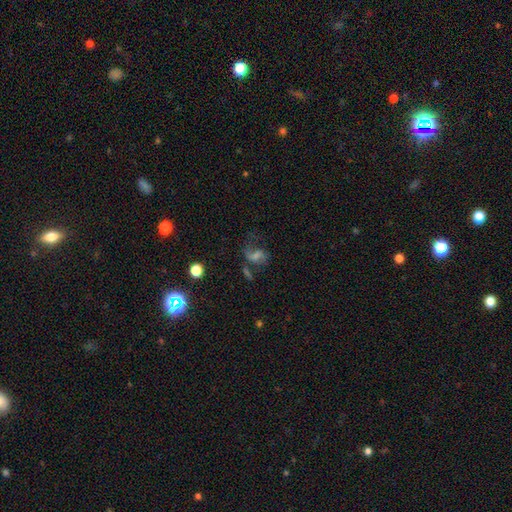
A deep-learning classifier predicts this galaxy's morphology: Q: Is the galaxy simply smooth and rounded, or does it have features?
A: featured or disk — 53%.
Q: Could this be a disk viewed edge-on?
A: no — 97%.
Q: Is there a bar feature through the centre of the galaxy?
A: no — 48%.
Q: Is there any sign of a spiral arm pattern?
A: yes — 77%.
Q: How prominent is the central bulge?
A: small — 33%, tied with moderate.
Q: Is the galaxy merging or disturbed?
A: none — 36%.